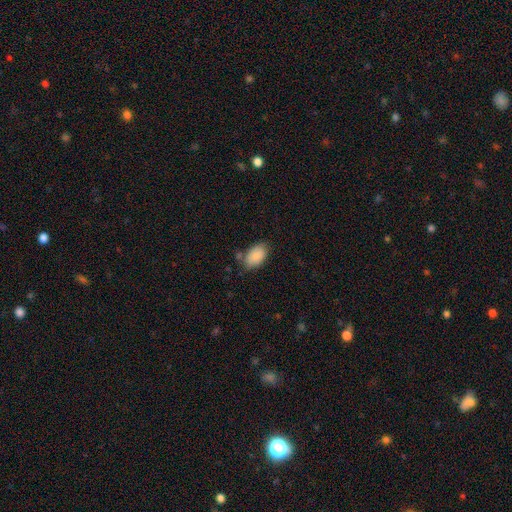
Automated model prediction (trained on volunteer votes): smooth_or_featured: smooth (p=0.88) [alt: star or artifact p=0.06]
how_rounded: in between (p=0.93) [alt: round p=0.06]
merging: none (p=0.70) [alt: minor disturbance p=0.20]